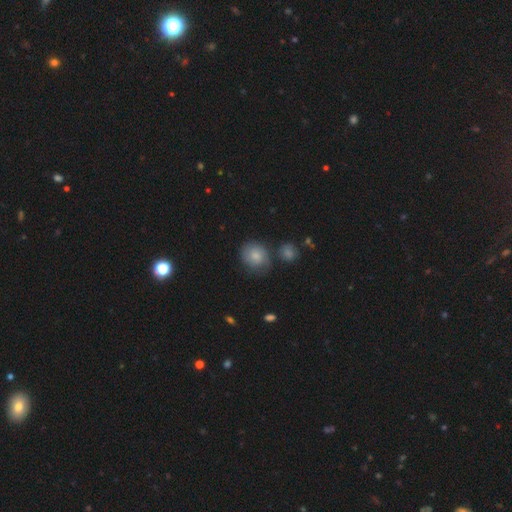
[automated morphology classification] Smooth or featured? Predicted: smooth (p=0.75). How rounded? Predicted: round (p=0.76). Merging? Predicted: none (p=0.63).